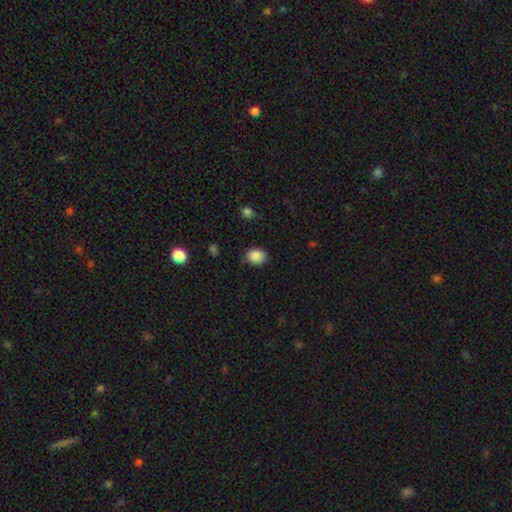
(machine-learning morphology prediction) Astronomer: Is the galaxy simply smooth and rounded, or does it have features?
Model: smooth — 87%.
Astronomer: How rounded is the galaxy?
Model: in between — 54% (runner-up: round, 45%).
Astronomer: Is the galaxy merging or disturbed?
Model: none — 80%.